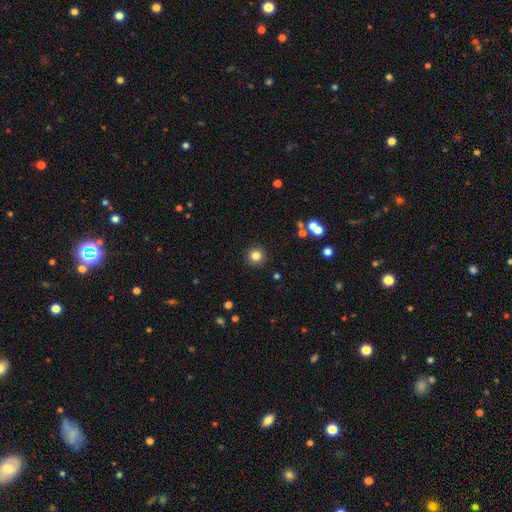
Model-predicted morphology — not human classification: smooth-or-featured: smooth: 82% | star or artifact: 12% | featured or disk: 6%
  how-rounded: round: 95% | in between: 4% | cigar-shaped: 1%
  merging: none: 91% | minor disturbance: 5% | major disturbance: 2% | merger: 2%